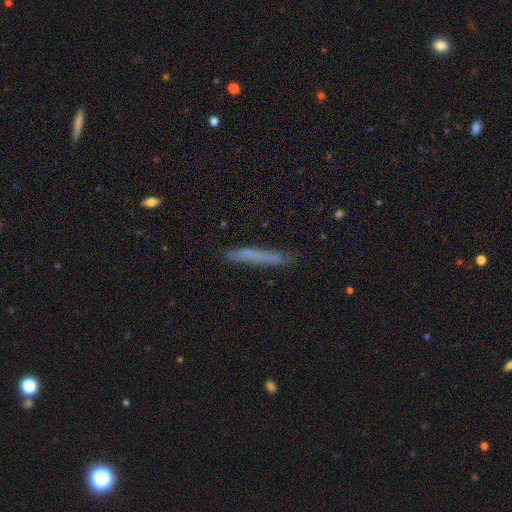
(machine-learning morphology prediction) Smooth or featured? smooth (63%)
How rounded? cigar-shaped (96%)
Merging? none (82%)